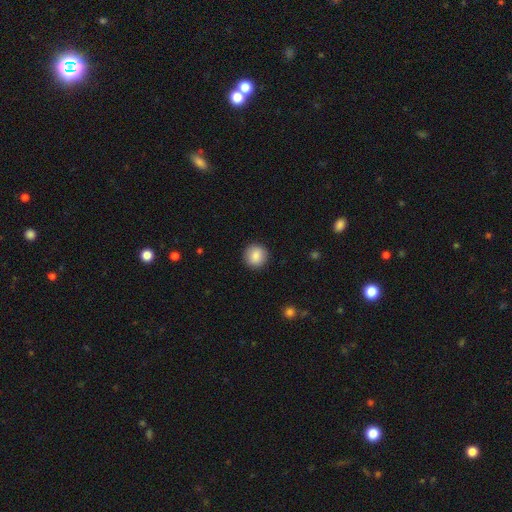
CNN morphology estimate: smooth_or_featured: smooth (p=0.87) [alt: star or artifact p=0.08]
how_rounded: round (p=0.94) [alt: in between p=0.05]
merging: none (p=0.92) [alt: minor disturbance p=0.05]